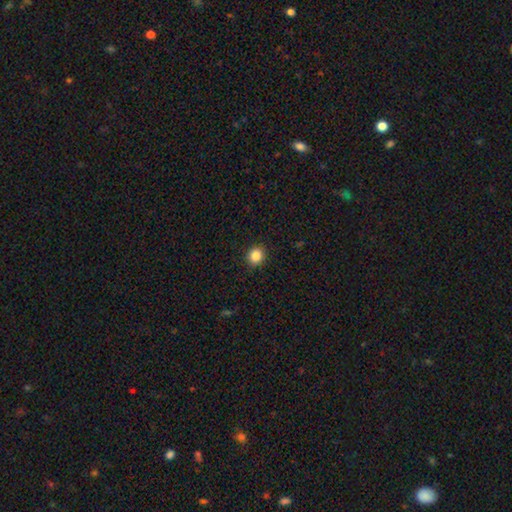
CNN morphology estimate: This is clearly a smooth galaxy (86%). How rounded: clearly round (85%). Merging: clearly none (91%).